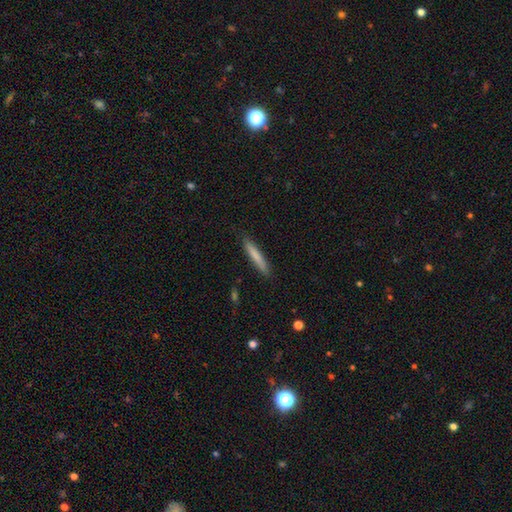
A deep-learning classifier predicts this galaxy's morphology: type=smooth (76%); roundness=cigar-shaped (94%); merging=none (88%).